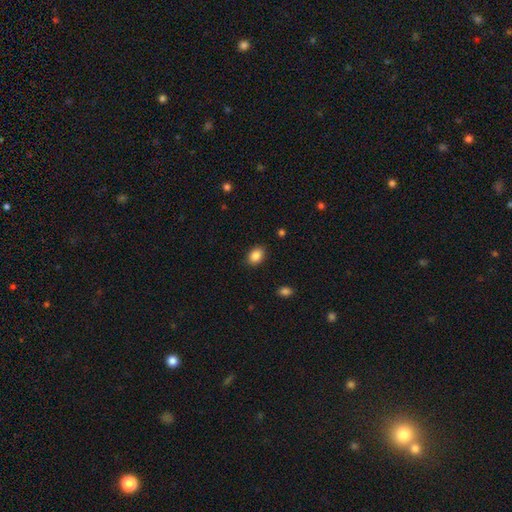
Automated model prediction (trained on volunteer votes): Q: Smooth or featured?
A: smooth (87%); runner-up: star or artifact (9%)
Q: How rounded?
A: in between (71%); runner-up: round (28%)
Q: Merging?
A: none (86%); runner-up: minor disturbance (10%)